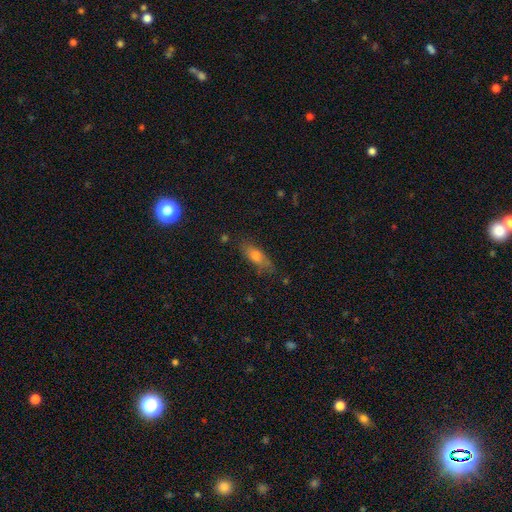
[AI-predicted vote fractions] smooth 65%, featured or disk 26%, star or artifact 9%. Down the decision tree: how rounded — in between (59%); merging — none (74%).